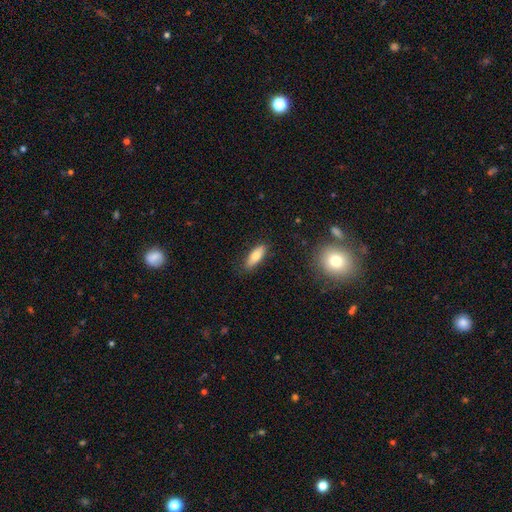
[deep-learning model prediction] Smooth or featured: smooth — 71% (featured or disk — 22%)
How rounded: in between — 64% (cigar-shaped — 33%)
Merging: none — 83% (minor disturbance — 13%)